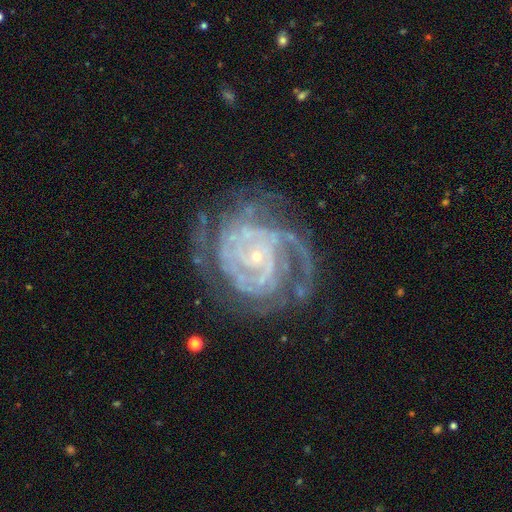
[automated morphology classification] A featured or disk galaxy (89%) with no bar (72%), tight (73%) spiral arms (96%) and a small central bulge (87%).

Vote fractions:
- Smooth or featured? featured or disk: 89% / star or artifact: 6% / smooth: 5%
- Edge-on disk? no: 98% / yes: 2%
- Bar? no: 72% / weak: 21% / strong: 7%
- Spiral arms? yes: 96% / no: 4%
- Spiral winding? tight: 73% / medium: 23% / loose: 5%
- Spiral arm count? can't tell: 26% / 3: 20% / 2: 19% / 4: 17% / more than 4: 10% / 1: 8%
- Bulge size? small: 87% / moderate: 9% / none: 2% / large: 1% / dominant: 1%
- Merging? none: 63% / minor disturbance: 20% / major disturbance: 15% / merger: 2%